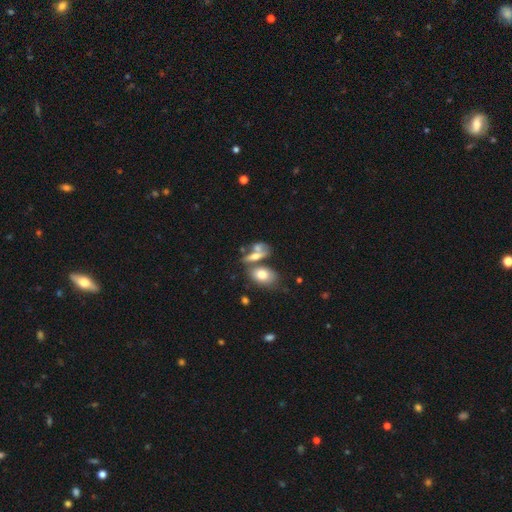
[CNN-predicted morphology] A smooth galaxy with no disk features (63%) that is in between round and cigar-shaped (80%).

Vote fractions:
- Smooth or featured? smooth: 63% / featured or disk: 27% / star or artifact: 10%
- How rounded? in between: 80% / round: 11% / cigar-shaped: 9%
- Merging? merger: 45% / none: 33% / minor disturbance: 13% / major disturbance: 9%